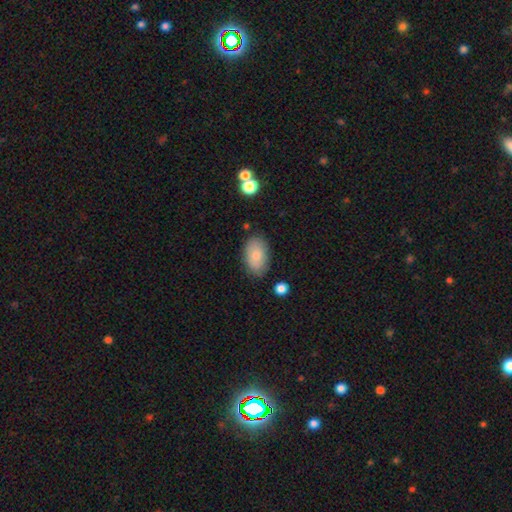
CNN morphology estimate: smooth_or_featured: smooth (p=0.84) [alt: featured or disk p=0.09]
how_rounded: in between (p=0.93) [alt: round p=0.06]
merging: none (p=0.82) [alt: minor disturbance p=0.13]